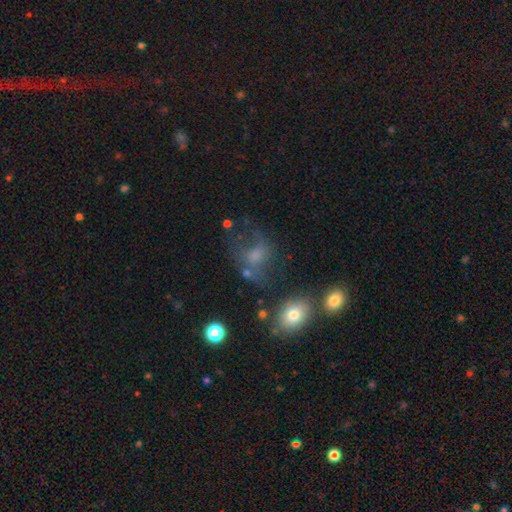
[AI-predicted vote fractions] smooth_or_featured: smooth (p=0.52) [alt: featured or disk p=0.29]
how_rounded: in between (p=0.55) [alt: round p=0.43]
merging: none (p=0.41) [alt: major disturbance p=0.30]